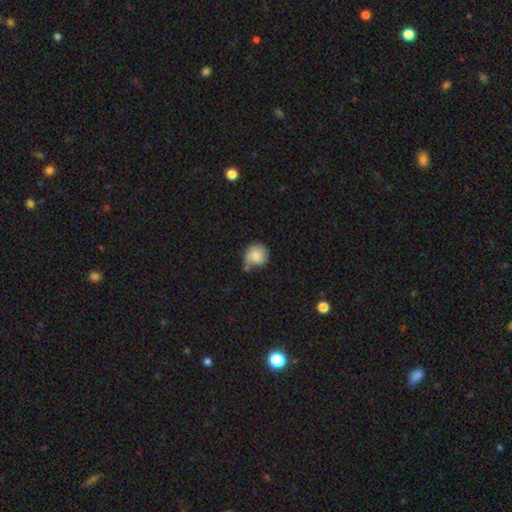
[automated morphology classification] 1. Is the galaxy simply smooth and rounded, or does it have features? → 74% smooth, 18% featured or disk, 8% star or artifact.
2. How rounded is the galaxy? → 85% round, 14% in between, 1% cigar-shaped.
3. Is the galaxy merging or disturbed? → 42% none, 35% minor disturbance, 13% major disturbance, 10% merger.